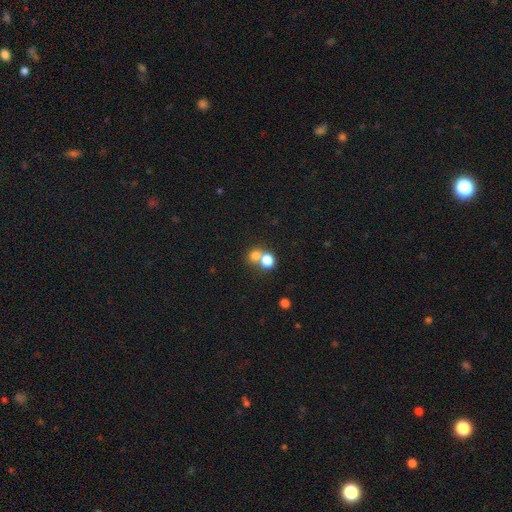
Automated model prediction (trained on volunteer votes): This is likely a smooth galaxy (76%). How rounded: likely round (74%). Merging: possibly merger (51%).